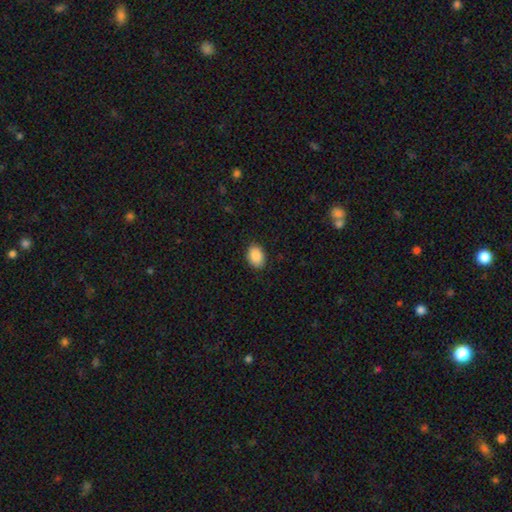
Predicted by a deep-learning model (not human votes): Morphology: type=smooth (89%); roundness=in between (79%); merging=none (87%).